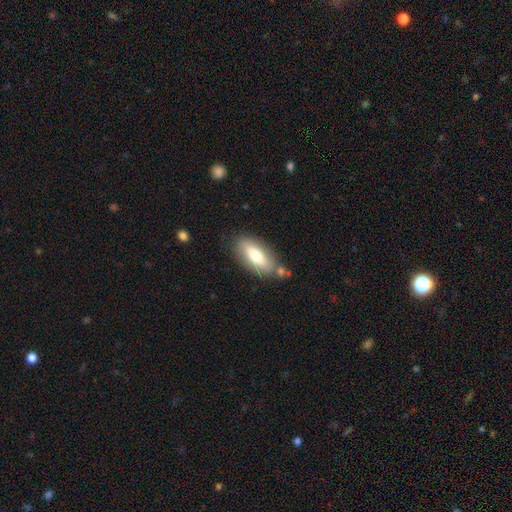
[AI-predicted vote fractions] Morphology: type=smooth (70%); roundness=in between (83%); merging=none (73%).